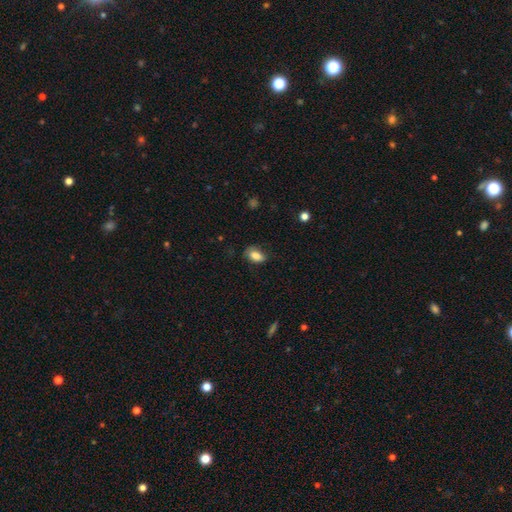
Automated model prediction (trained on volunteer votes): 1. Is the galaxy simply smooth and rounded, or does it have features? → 81% smooth, 11% featured or disk, 8% star or artifact.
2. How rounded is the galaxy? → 88% in between, 10% round, 2% cigar-shaped.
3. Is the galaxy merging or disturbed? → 65% none, 25% minor disturbance, 8% major disturbance, 1% merger.